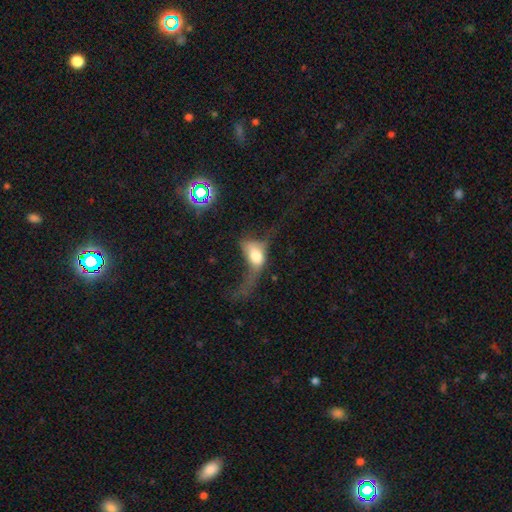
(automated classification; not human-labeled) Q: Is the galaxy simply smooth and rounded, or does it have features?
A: smooth — 55%.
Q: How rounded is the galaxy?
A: in between — 77%.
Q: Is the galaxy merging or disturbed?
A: major disturbance — 62%.